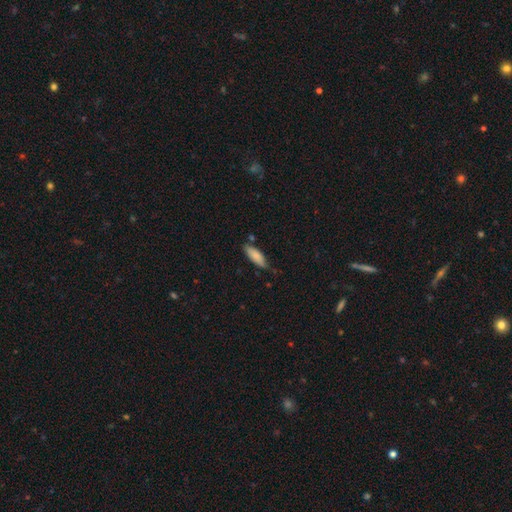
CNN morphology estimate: smooth-or-featured: smooth: 84% | featured or disk: 10% | star or artifact: 6%
  how-rounded: in between: 60% | cigar-shaped: 39% | round: 2%
  merging: none: 67% | minor disturbance: 25% | major disturbance: 4% | merger: 4%